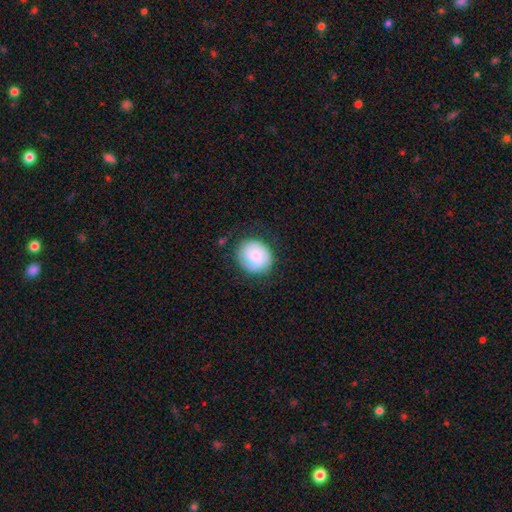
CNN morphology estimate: Overall: smooth (68%). How rounded: round (83%). Merging: none (74%).